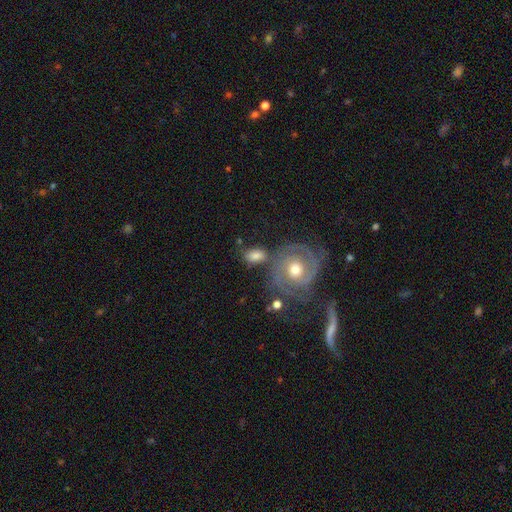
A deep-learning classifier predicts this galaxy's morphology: The model was most divided on "smooth or featured": smooth: 62%, featured or disk: 29%, star or artifact: 8%. More confident: how rounded — in between (79%); merging — none (56%).